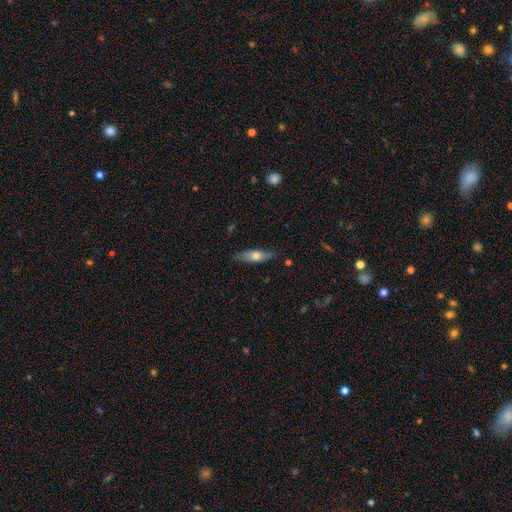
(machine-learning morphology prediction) Q: Smooth or featured?
A: smooth (58%); runner-up: featured or disk (36%)
Q: How rounded?
A: cigar-shaped (53%); runner-up: in between (44%)
Q: Merging?
A: none (79%); runner-up: minor disturbance (16%)